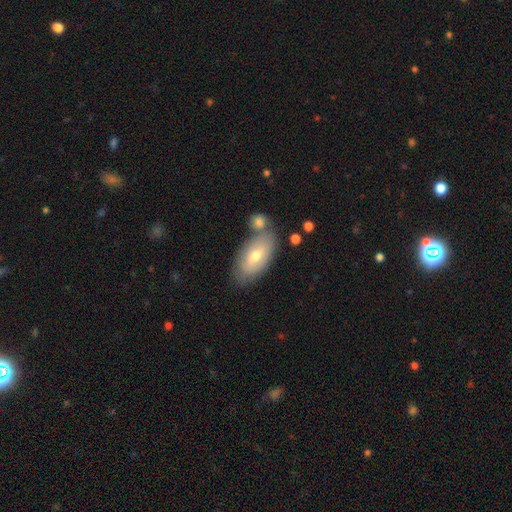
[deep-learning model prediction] This appears to be a smooth galaxy with no disk features (63%) that is in between round and cigar-shaped (91%). Merging: none (63%).